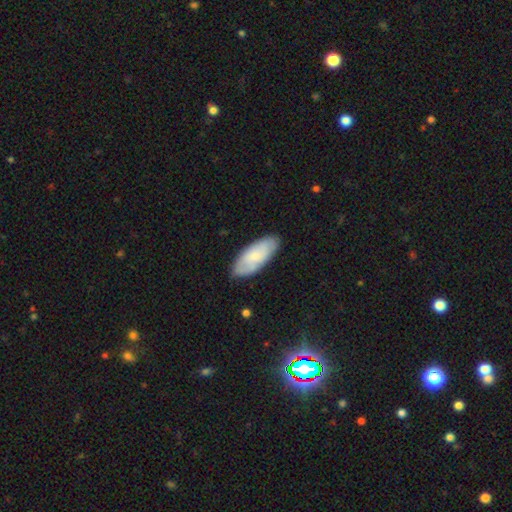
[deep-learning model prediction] This appears to be a smooth galaxy with no disk features (68%) that is in between round and cigar-shaped (86%). Merging: none (81%).